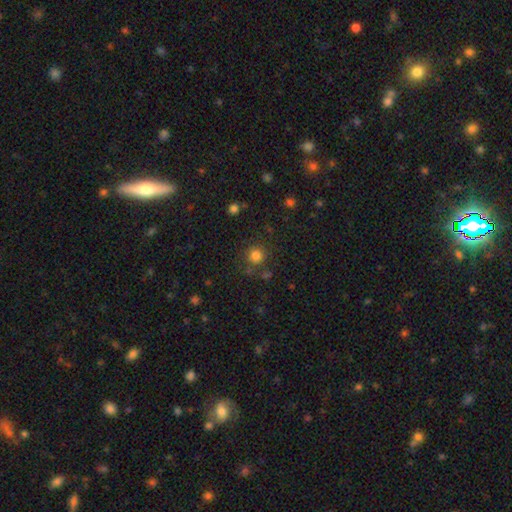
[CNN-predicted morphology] A smooth galaxy with no disk features (80%) that is round (93%).

Vote fractions:
- Smooth or featured? smooth: 80% / star or artifact: 14% / featured or disk: 5%
- How rounded? round: 93% / in between: 6% / cigar-shaped: 1%
- Merging? none: 81% / minor disturbance: 9% / merger: 6% / major disturbance: 4%